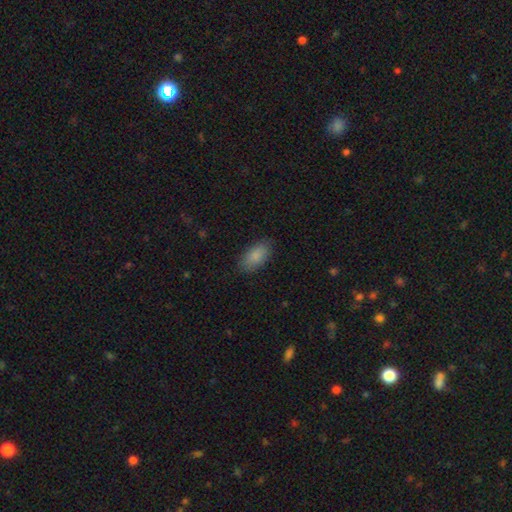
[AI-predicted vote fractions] Smooth or featured: smooth — 87% (star or artifact — 7%)
How rounded: in between — 92% (cigar-shaped — 5%)
Merging: none — 85% (minor disturbance — 11%)